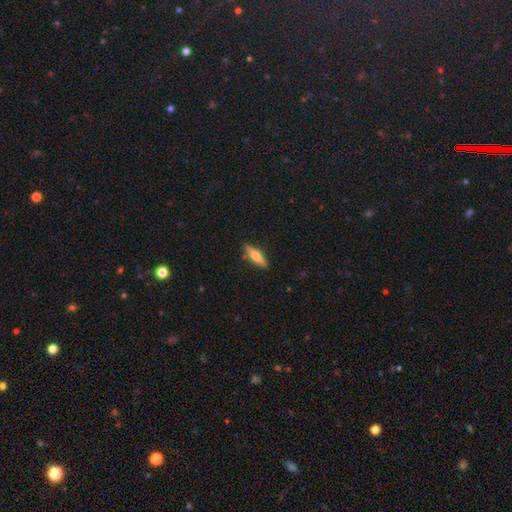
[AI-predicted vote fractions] A smooth galaxy with no disk features (58%) that is cigar-shaped (62%).

Vote fractions:
- Smooth or featured? smooth: 58% / featured or disk: 36% / star or artifact: 6%
- How rounded? cigar-shaped: 62% / in between: 36% / round: 2%
- Merging? none: 87% / minor disturbance: 10% / major disturbance: 2% / merger: 1%